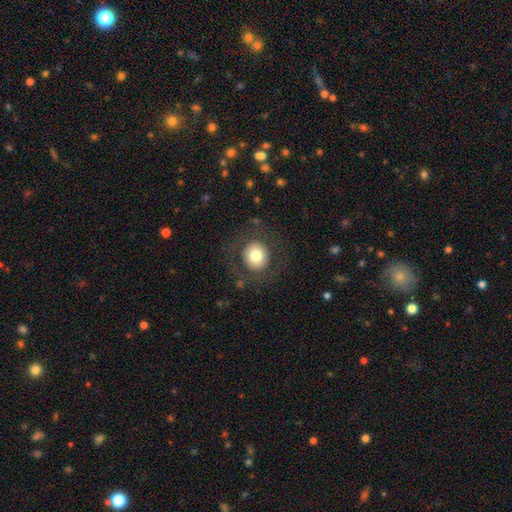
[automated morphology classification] Smooth or featured: smooth — 73% (featured or disk — 18%)
How rounded: round — 89% (in between — 10%)
Merging: none — 82% (minor disturbance — 9%)